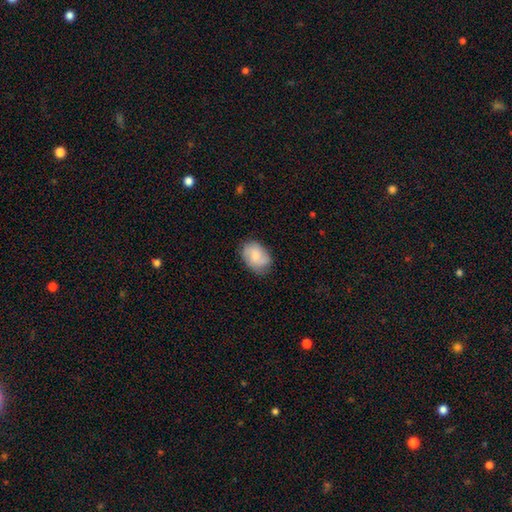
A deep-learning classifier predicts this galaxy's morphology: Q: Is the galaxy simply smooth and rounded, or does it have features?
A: smooth — 62%.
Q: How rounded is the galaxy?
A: in between — 74%.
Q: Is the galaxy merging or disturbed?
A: none — 75%.